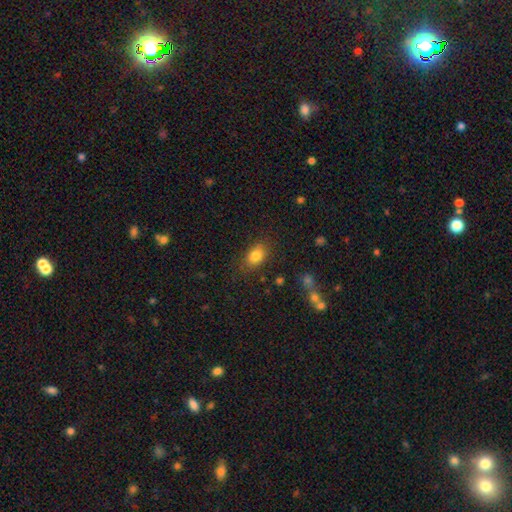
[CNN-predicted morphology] Smooth or featured? Predicted: smooth (p=0.82). How rounded? Predicted: in between (p=0.80). Merging? Predicted: none (p=0.81).